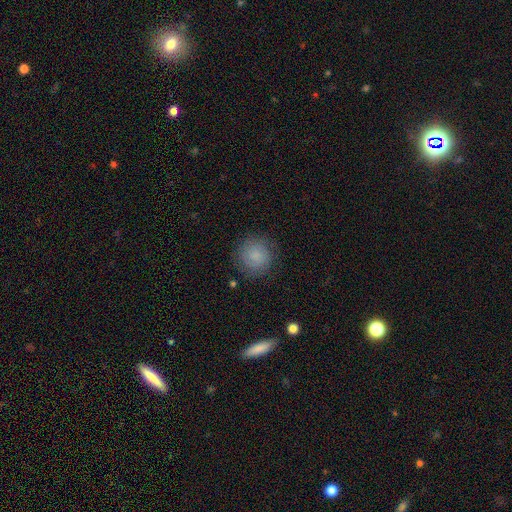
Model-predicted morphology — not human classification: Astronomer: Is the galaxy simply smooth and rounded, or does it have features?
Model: smooth — 76%.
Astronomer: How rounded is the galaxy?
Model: round — 92%.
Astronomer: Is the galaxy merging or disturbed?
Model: none — 82%.